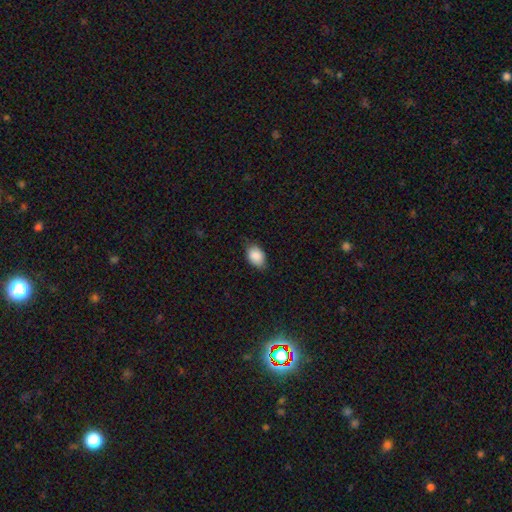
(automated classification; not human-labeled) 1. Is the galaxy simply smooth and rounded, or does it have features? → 89% smooth, 7% star or artifact, 4% featured or disk.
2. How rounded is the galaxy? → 84% in between, 15% round, 1% cigar-shaped.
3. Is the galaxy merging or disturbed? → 76% none, 20% minor disturbance, 3% major disturbance, 1% merger.